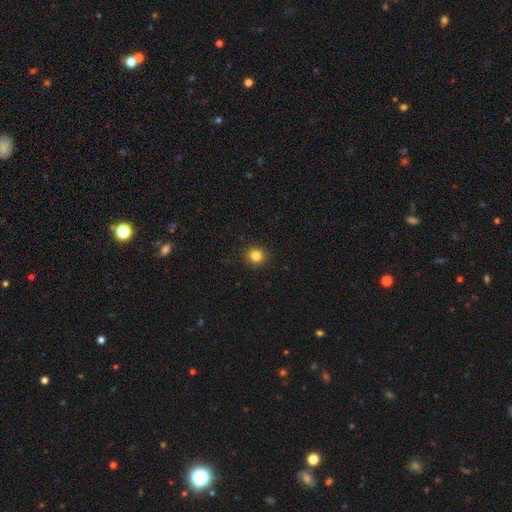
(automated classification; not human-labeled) smooth 84%, star or artifact 11%, featured or disk 5%. Down the decision tree: how rounded — round (87%); merging — none (92%).